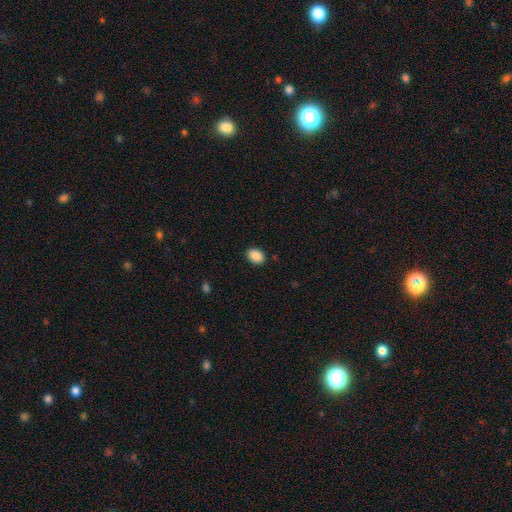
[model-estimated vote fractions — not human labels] smooth-or-featured: smooth: 88% | star or artifact: 8% | featured or disk: 4%
  how-rounded: in between: 76% | round: 23% | cigar-shaped: 1%
  merging: none: 89% | minor disturbance: 8% | major disturbance: 2% | merger: 1%